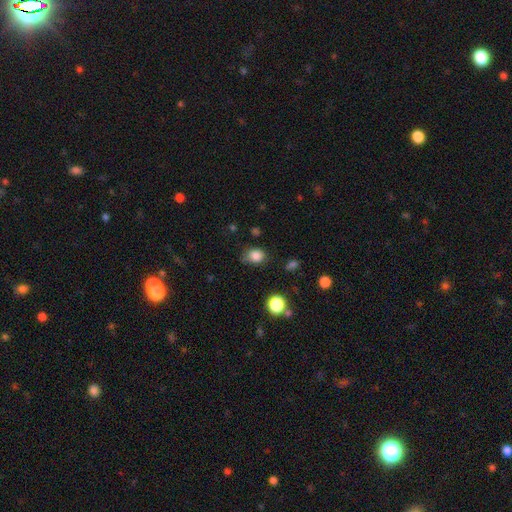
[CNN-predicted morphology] Smooth or featured: smooth — 84% (star or artifact — 11%)
How rounded: round — 55% (in between — 44%)
Merging: none — 66% (minor disturbance — 26%)